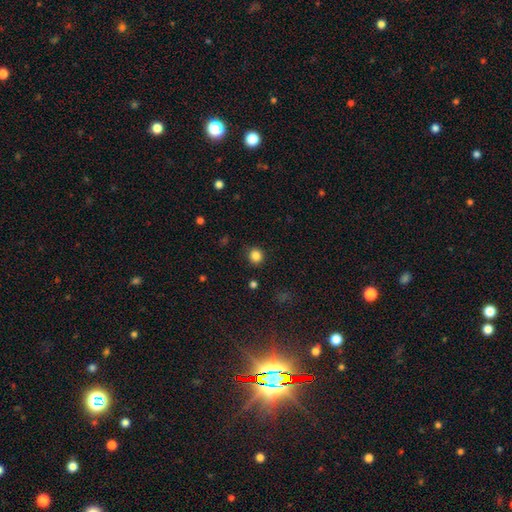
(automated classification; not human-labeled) smooth_or_featured: smooth (p=0.85) [alt: star or artifact p=0.12]
how_rounded: round (p=0.91) [alt: in between p=0.08]
merging: none (p=0.89) [alt: minor disturbance p=0.07]